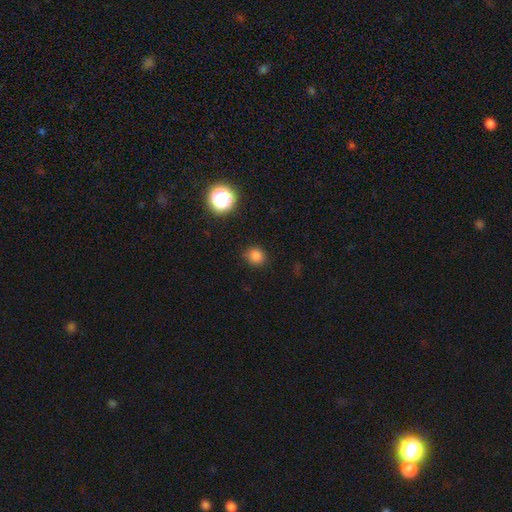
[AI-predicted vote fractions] Smooth or featured? smooth (81%)
How rounded? round (85%)
Merging? none (86%)